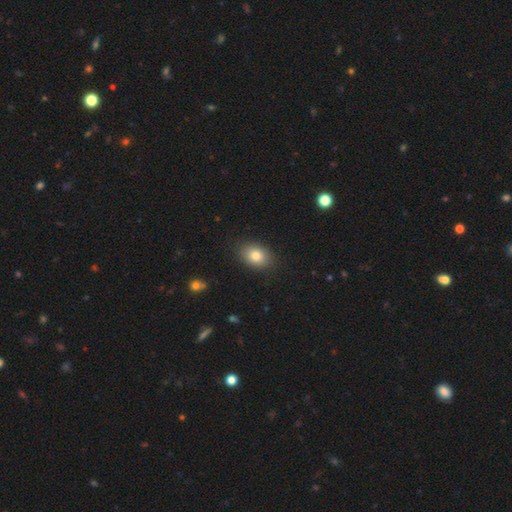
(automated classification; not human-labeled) Smooth or featured?
  - smooth: 82% *
  - featured or disk: 9%
  - star or artifact: 9%
How rounded?
  - in between: 75% *
  - round: 24%
  - cigar-shaped: 1%
Merging?
  - none: 87% *
  - minor disturbance: 10%
  - major disturbance: 2%
  - merger: 1%